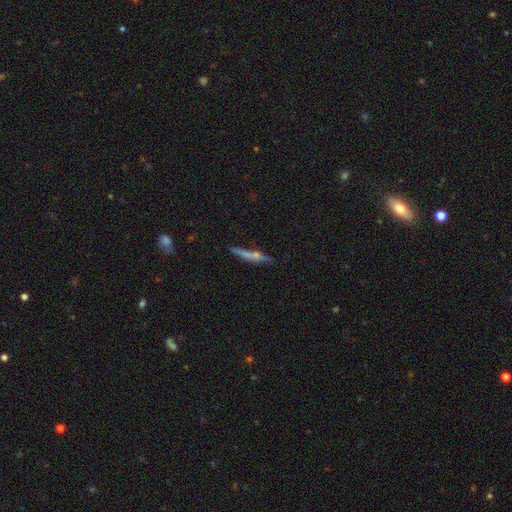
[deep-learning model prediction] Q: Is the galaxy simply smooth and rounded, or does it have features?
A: featured or disk — 48%.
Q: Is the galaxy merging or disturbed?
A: none — 68%.